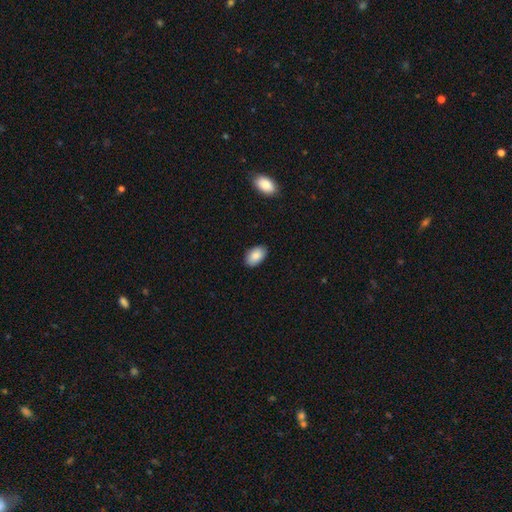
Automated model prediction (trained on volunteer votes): smooth-or-featured: smooth: 87% | star or artifact: 7% | featured or disk: 6%
  how-rounded: in between: 93% | round: 6% | cigar-shaped: 1%
  merging: none: 88% | minor disturbance: 9% | major disturbance: 2% | merger: 1%